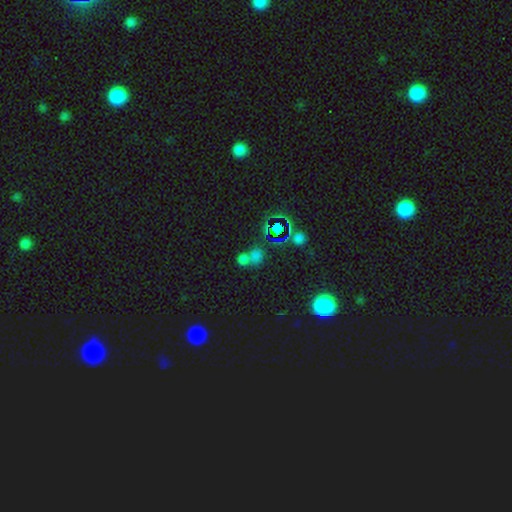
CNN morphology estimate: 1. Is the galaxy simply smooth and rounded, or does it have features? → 56% smooth, 35% star or artifact, 9% featured or disk.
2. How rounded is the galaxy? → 73% round, 25% in between, 2% cigar-shaped.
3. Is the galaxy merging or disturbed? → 50% merger, 38% none, 7% minor disturbance, 5% major disturbance.